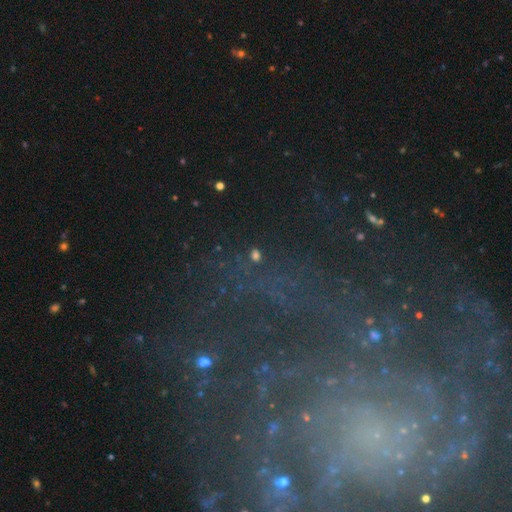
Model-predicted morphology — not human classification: Smooth or featured? star or artifact (54%)